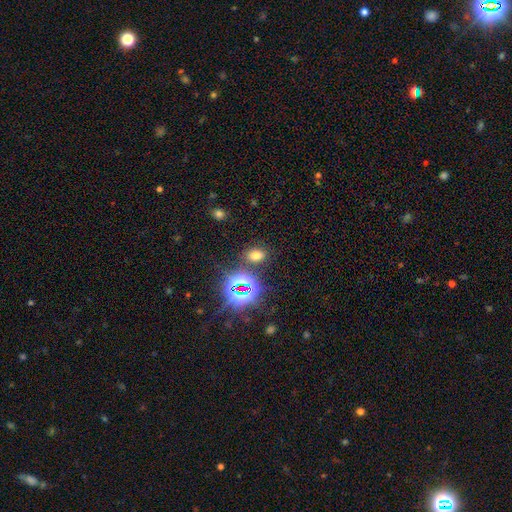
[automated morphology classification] Smooth or featured: smooth — 61% (star or artifact — 32%)
How rounded: in between — 79% (round — 19%)
Merging: none — 81% (minor disturbance — 9%)